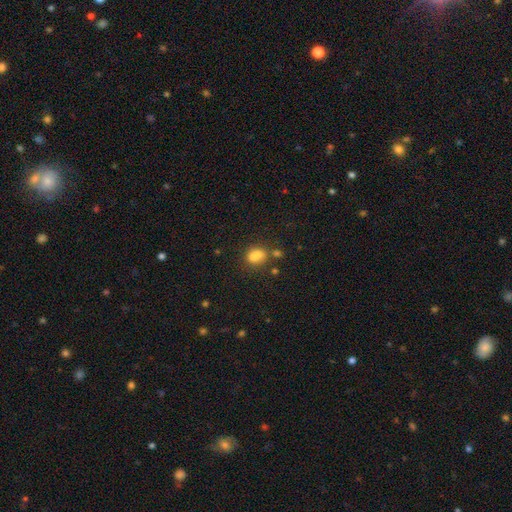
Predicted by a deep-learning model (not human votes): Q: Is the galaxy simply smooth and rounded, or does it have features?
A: smooth — 76%.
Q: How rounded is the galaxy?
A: in between — 57%.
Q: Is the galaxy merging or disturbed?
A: none — 45%.